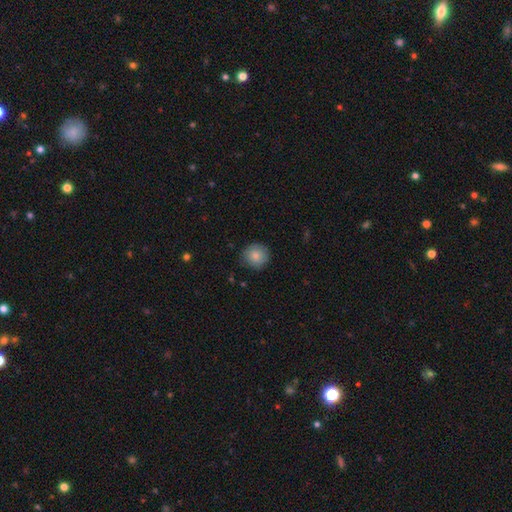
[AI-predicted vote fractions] A smooth galaxy with no disk features (84%) that is round (93%).

Vote fractions:
- Smooth or featured? smooth: 84% / featured or disk: 8% / star or artifact: 8%
- How rounded? round: 93% / in between: 6% / cigar-shaped: 1%
- Merging? none: 85% / minor disturbance: 12% / major disturbance: 2% / merger: 1%